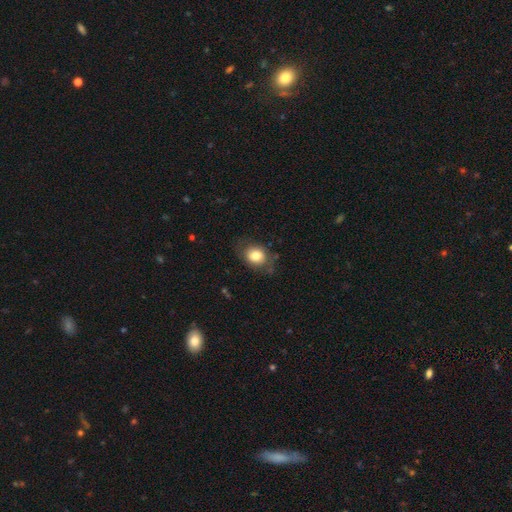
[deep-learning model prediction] smooth 79%, featured or disk 12%, star or artifact 9%. Down the decision tree: how rounded — in between (50%); merging — none (71%).